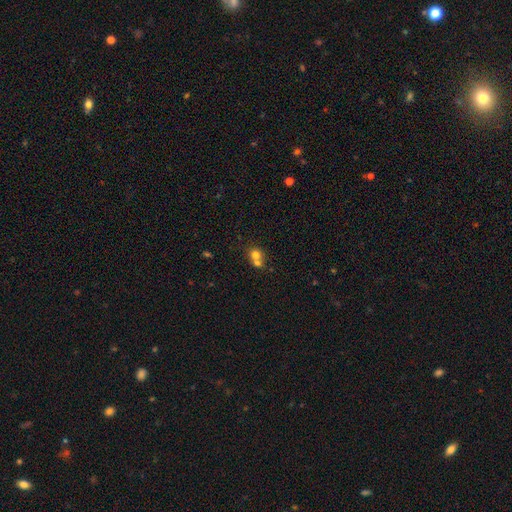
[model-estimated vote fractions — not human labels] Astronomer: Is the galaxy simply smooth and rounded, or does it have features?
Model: smooth — 72%.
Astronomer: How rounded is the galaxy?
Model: round — 80%.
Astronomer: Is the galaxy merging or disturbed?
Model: merger — 56% (runner-up: none, 36%).